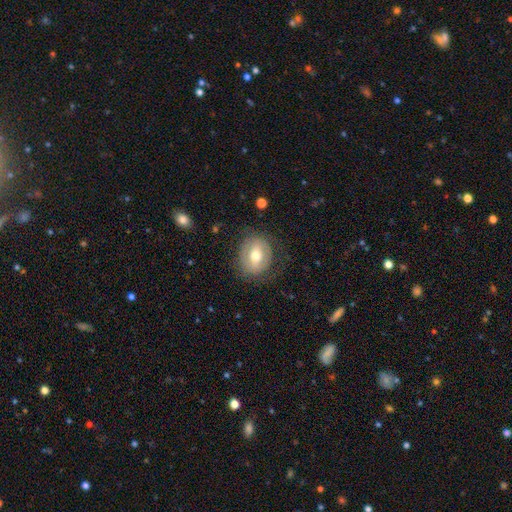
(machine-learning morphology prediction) Smooth or featured?
  - smooth: 52% *
  - featured or disk: 41%
  - star or artifact: 8%
How rounded?
  - round: 57% *
  - in between: 42%
  - cigar-shaped: 1%
Merging?
  - none: 73% *
  - minor disturbance: 17%
  - major disturbance: 9%
  - merger: 1%